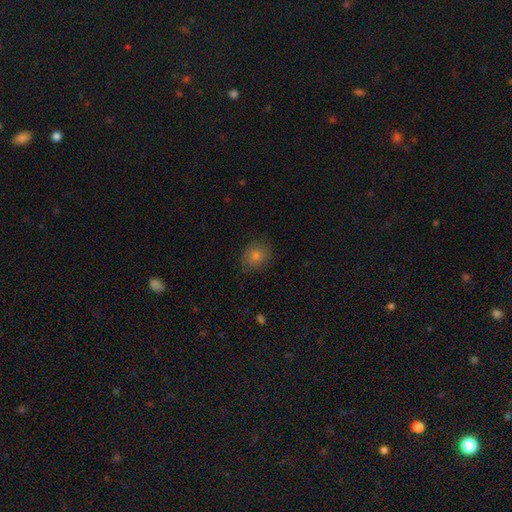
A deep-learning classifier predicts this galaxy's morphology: The model was most divided on "how rounded": round: 68%, in between: 31%, cigar-shaped: 1%. More confident: merging — none (83%); smooth or featured — smooth (71%).